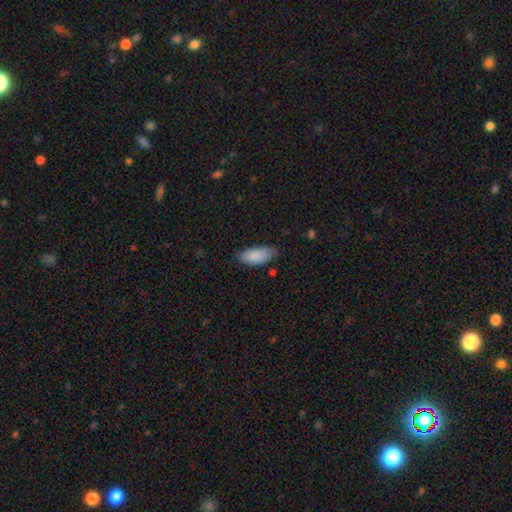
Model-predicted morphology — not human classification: Smooth or featured: smooth — 88% (star or artifact — 6%)
How rounded: in between — 87% (cigar-shaped — 11%)
Merging: none — 70% (minor disturbance — 25%)